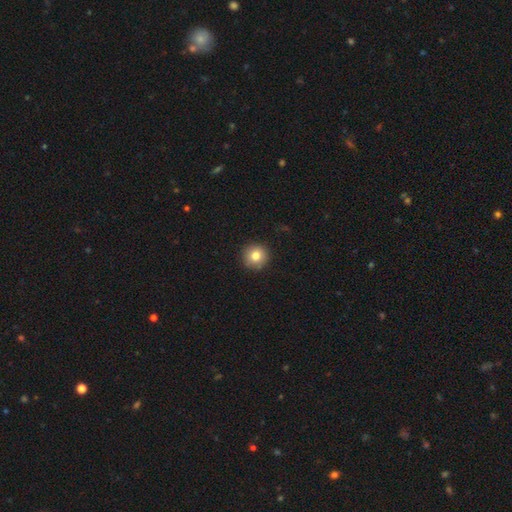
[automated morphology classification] This appears to be a smooth galaxy with no disk features (82%) that is round (94%). Merging: none (91%).